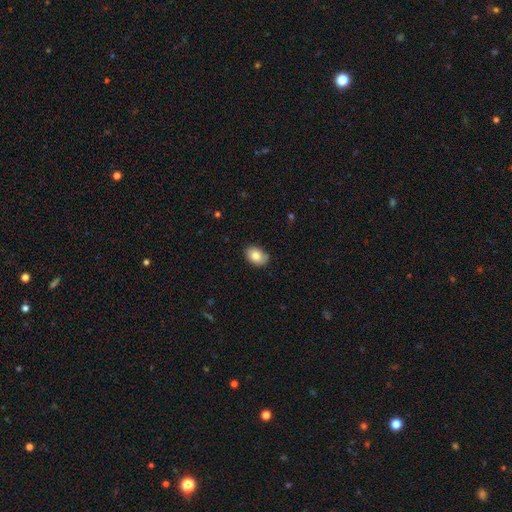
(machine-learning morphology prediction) smooth 85%, featured or disk 8%, star or artifact 7%. Down the decision tree: how rounded — in between (83%); merging — none (81%).